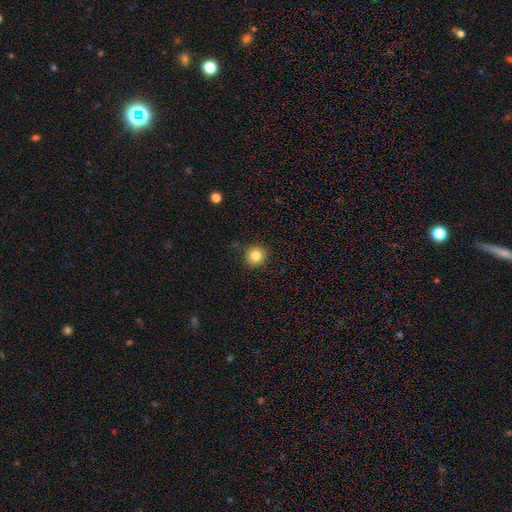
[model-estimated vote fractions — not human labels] Morphology: type=smooth (83%); roundness=round (93%); merging=none (88%).